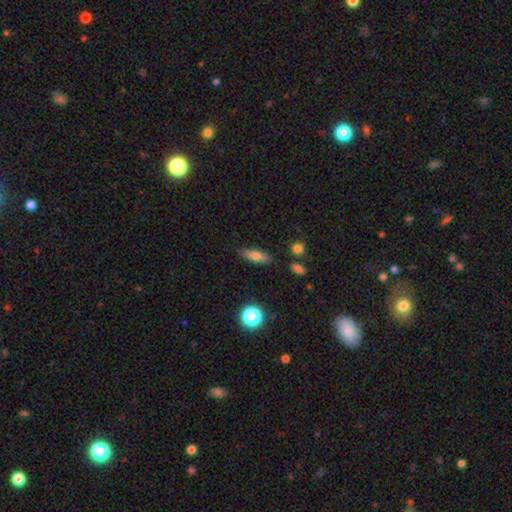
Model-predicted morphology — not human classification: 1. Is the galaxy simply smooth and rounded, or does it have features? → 71% smooth, 20% featured or disk, 10% star or artifact.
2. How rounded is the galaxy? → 55% in between, 40% cigar-shaped, 5% round.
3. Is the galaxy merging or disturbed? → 83% none, 12% minor disturbance, 3% major disturbance, 2% merger.